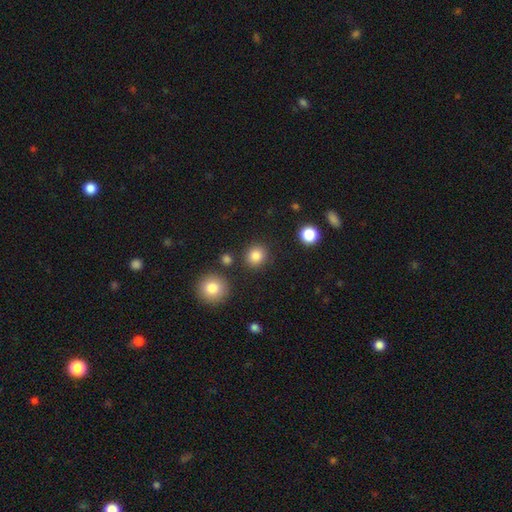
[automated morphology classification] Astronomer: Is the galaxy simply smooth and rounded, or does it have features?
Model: smooth — 84%.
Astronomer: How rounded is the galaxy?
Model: round — 88%.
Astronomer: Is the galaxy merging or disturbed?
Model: none — 87%.